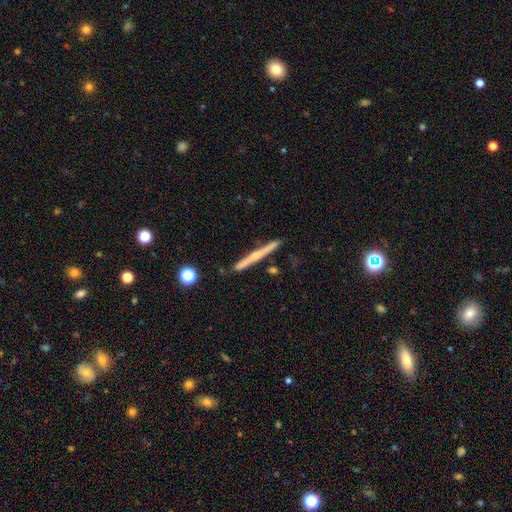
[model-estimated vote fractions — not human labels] Morphology: type=featured or disk (64%); edge-on=yes (98%); edge-on bulge=rounded (56%); merging=none (88%).